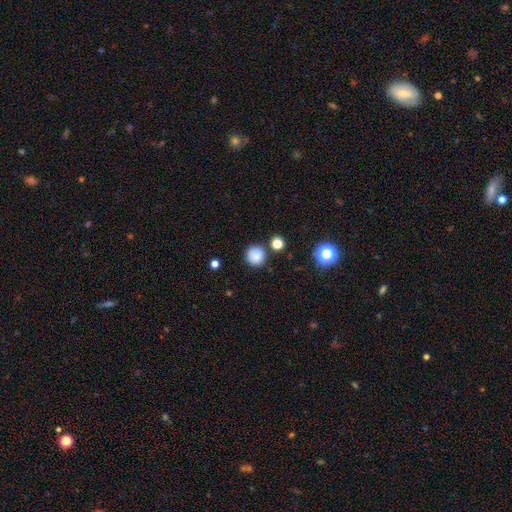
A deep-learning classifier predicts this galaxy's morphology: This appears to be a smooth galaxy with no disk features (84%) that is round (94%). Merging: none (84%).